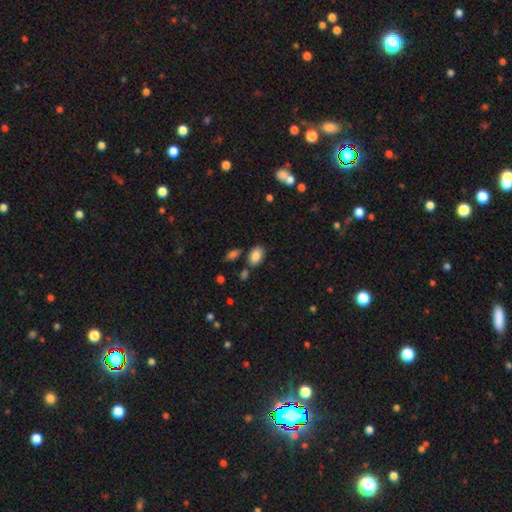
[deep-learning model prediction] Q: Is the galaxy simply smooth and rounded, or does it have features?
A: smooth — 86%.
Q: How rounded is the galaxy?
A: in between — 88%.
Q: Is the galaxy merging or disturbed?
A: none — 75%.